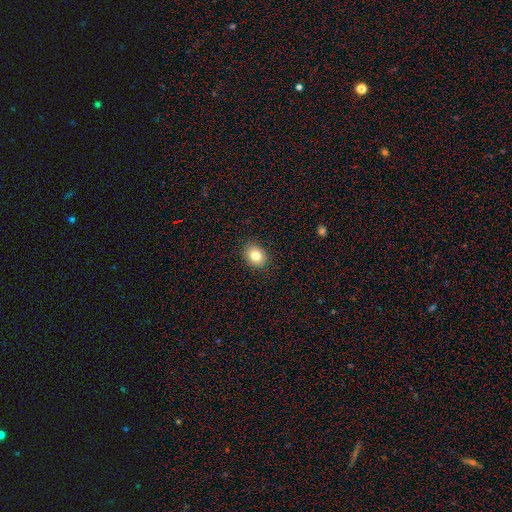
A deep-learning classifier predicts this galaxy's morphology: Smooth or featured: smooth — 81% (star or artifact — 10%)
How rounded: in between — 53% (round — 46%)
Merging: none — 89% (minor disturbance — 8%)